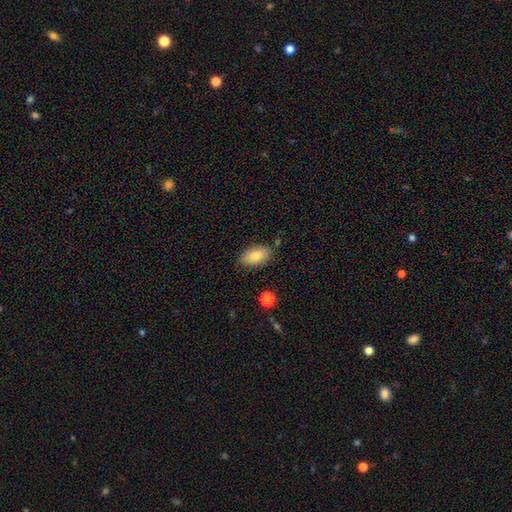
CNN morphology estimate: Smooth or featured? smooth (80%)
How rounded? in between (92%)
Merging? none (81%)